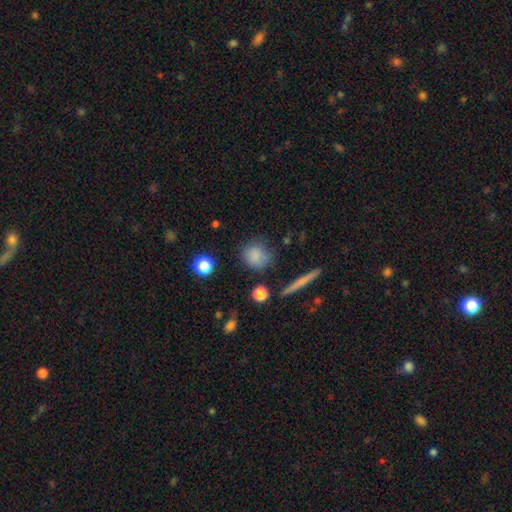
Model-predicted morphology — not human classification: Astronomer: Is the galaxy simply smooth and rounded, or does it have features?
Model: smooth — 81%.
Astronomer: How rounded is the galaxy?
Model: round — 81%.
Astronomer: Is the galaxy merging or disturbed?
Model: none — 75%.